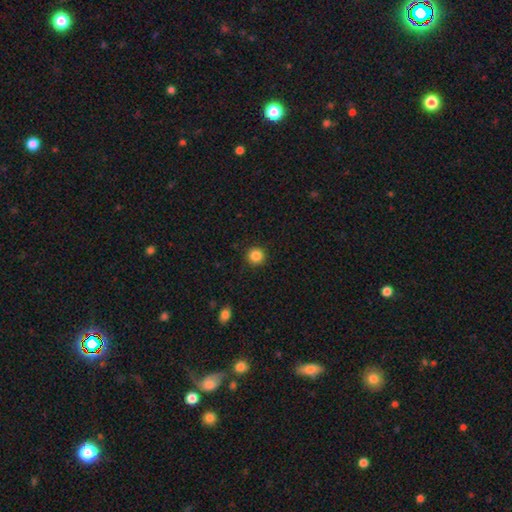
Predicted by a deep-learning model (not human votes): This is clearly a smooth galaxy (86%). How rounded: clearly round (95%). Merging: clearly none (92%).